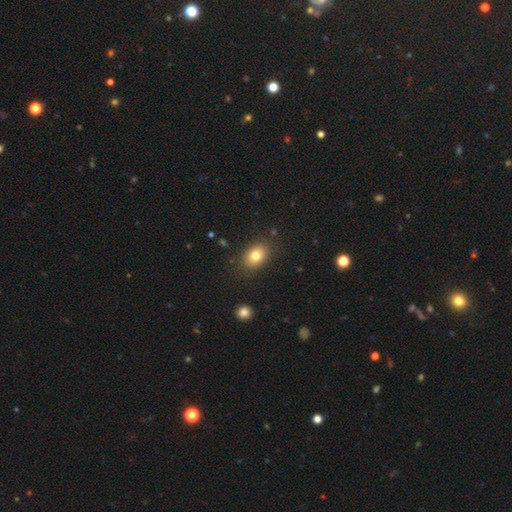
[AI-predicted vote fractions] A smooth galaxy with no disk features (80%) that is in between round and cigar-shaped (75%). Merging: none (85%).